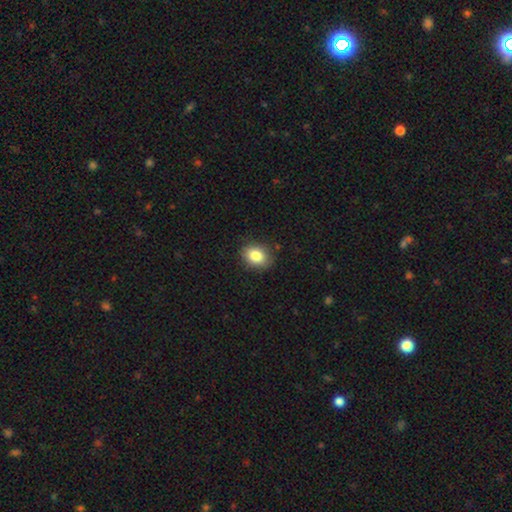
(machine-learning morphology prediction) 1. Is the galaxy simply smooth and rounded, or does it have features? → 84% smooth, 9% star or artifact, 8% featured or disk.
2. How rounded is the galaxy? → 63% in between, 36% round, 1% cigar-shaped.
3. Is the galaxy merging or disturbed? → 84% none, 12% minor disturbance, 3% major disturbance, 1% merger.